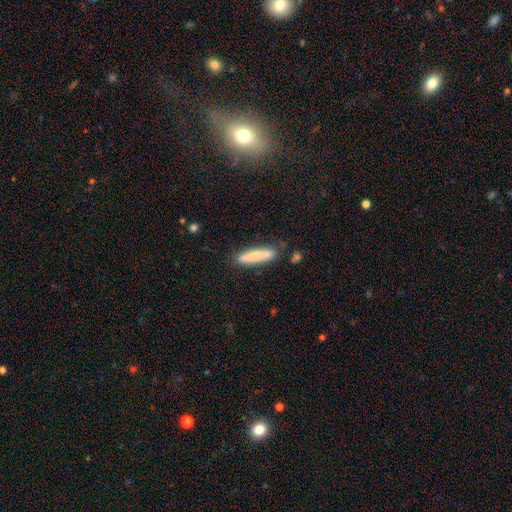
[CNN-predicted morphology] This appears to be a smooth galaxy with no disk features (74%) that is cigar-shaped (84%). Merging: none (80%).